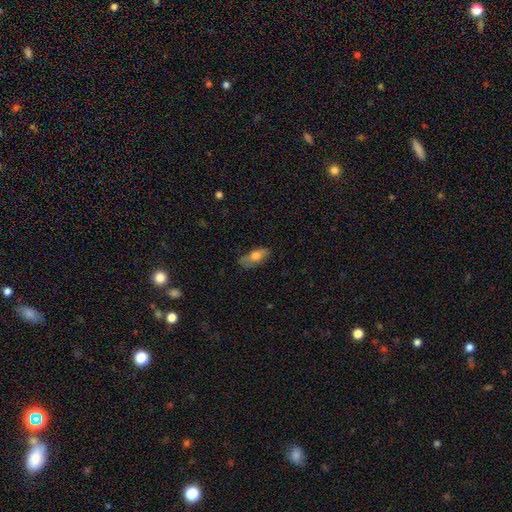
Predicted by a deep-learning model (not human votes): This is likely a smooth galaxy (68%). How rounded: clearly in between (80%). Merging: likely none (70%).